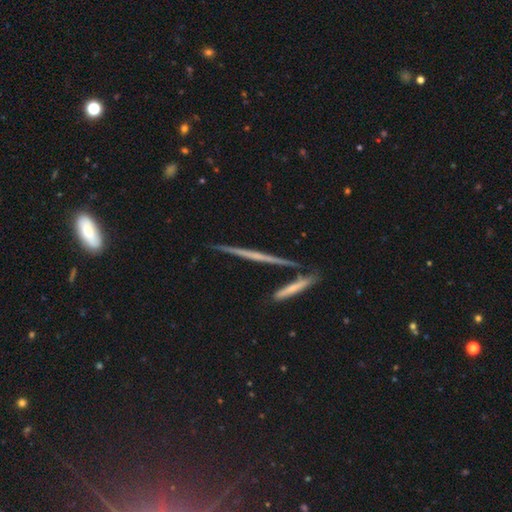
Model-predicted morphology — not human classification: Smooth or featured: featured or disk — 68% (smooth — 24%)
Edge-on disk: yes — 97% (no — 3%)
Edge-on bulge: none — 76% (rounded — 17%)
Merging: none — 83% (minor disturbance — 8%)